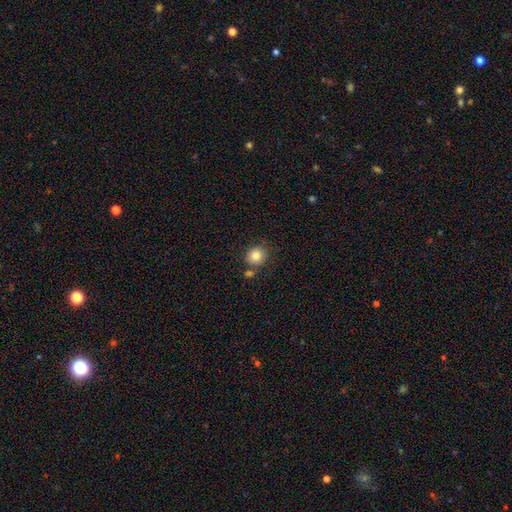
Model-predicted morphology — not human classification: A smooth galaxy with no disk features (83%) that is round (80%).

Vote fractions:
- Smooth or featured? smooth: 83% / star or artifact: 10% / featured or disk: 7%
- How rounded? round: 80% / in between: 19% / cigar-shaped: 1%
- Merging? none: 73% / merger: 13% / minor disturbance: 11% / major disturbance: 3%